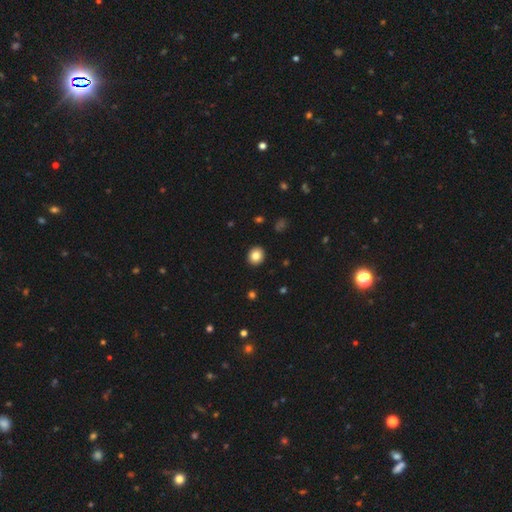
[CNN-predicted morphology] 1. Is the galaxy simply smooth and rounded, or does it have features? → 84% smooth, 10% star or artifact, 7% featured or disk.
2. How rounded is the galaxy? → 76% round, 23% in between, 1% cigar-shaped.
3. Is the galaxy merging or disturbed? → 92% none, 5% minor disturbance, 2% major disturbance, 1% merger.